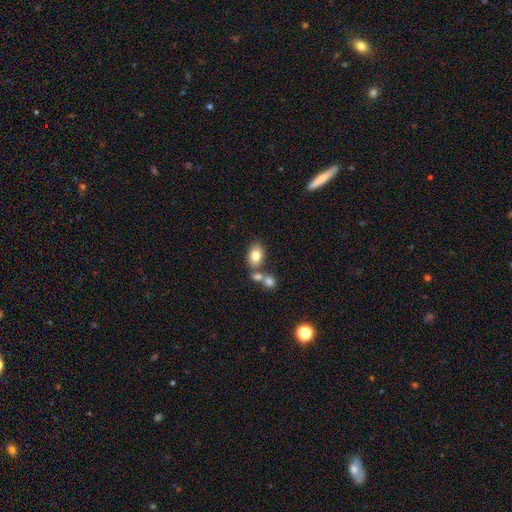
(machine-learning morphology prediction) Smooth or featured? Predicted: smooth (p=0.79). How rounded? Predicted: in between (p=0.77). Merging? Predicted: none (p=0.55).